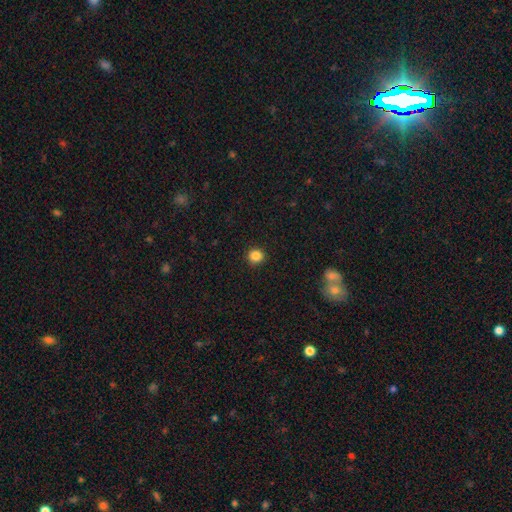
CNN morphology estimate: Smooth or featured?
  - smooth: 86% *
  - star or artifact: 11%
  - featured or disk: 4%
How rounded?
  - round: 90% *
  - in between: 9%
  - cigar-shaped: 1%
Merging?
  - none: 92% *
  - minor disturbance: 5%
  - major disturbance: 2%
  - merger: 1%